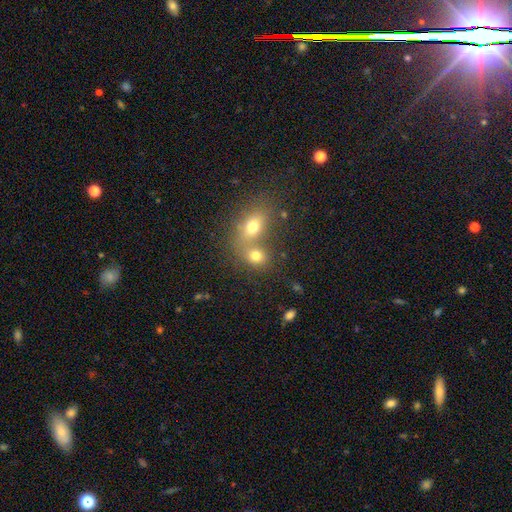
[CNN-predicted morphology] Overall: smooth (74%). How rounded: round (58%; in between 41%). Merging: merger (49%; none 40%).